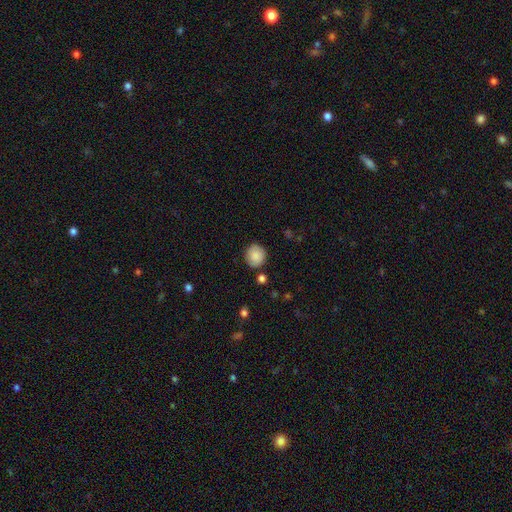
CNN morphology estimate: Smooth or featured?
  - smooth: 86% *
  - star or artifact: 8%
  - featured or disk: 7%
How rounded?
  - round: 87% *
  - in between: 12%
  - cigar-shaped: 1%
Merging?
  - none: 85% *
  - minor disturbance: 10%
  - merger: 3%
  - major disturbance: 2%